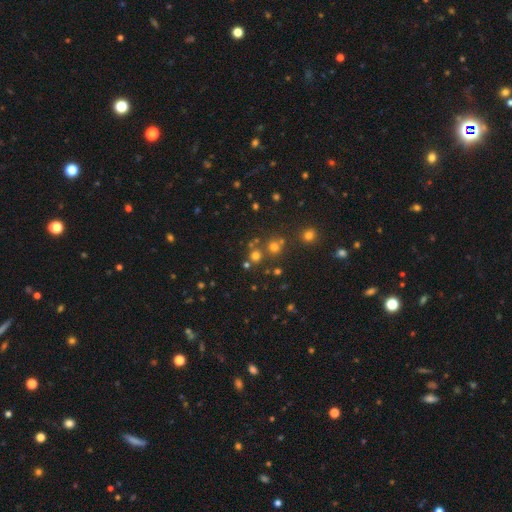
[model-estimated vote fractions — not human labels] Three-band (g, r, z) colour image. It shows a smooth galaxy with no disk features (63%) that is round (92%). Merging: none (73%).